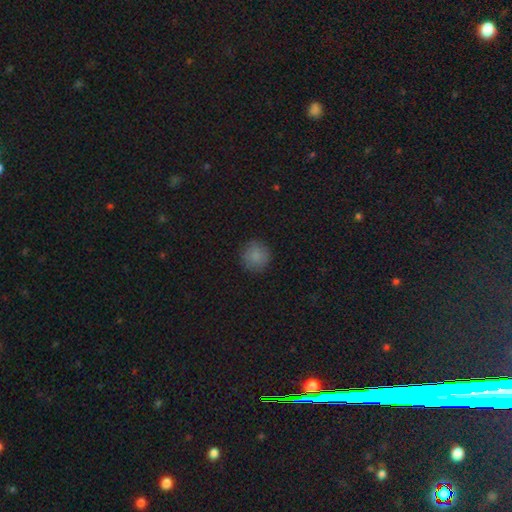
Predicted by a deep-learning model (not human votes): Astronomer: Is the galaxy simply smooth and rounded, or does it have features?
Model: smooth — 84%.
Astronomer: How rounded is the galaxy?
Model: round — 93%.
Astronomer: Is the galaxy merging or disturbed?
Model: none — 86%.